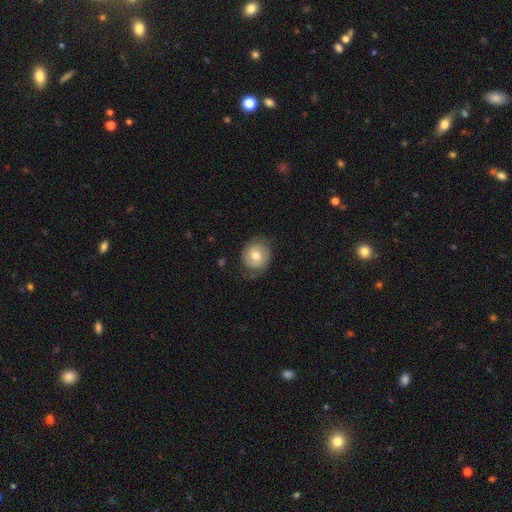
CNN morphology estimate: smooth-or-featured: smooth: 65% | featured or disk: 27% | star or artifact: 8%
  how-rounded: round: 80% | in between: 19% | cigar-shaped: 1%
  merging: none: 75% | minor disturbance: 18% | major disturbance: 6% | merger: 1%